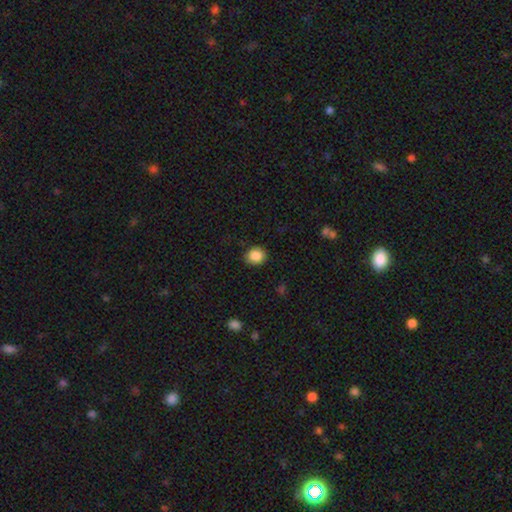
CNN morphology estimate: A smooth galaxy with no disk features (87%) that is round (75%). Merging: none (88%).